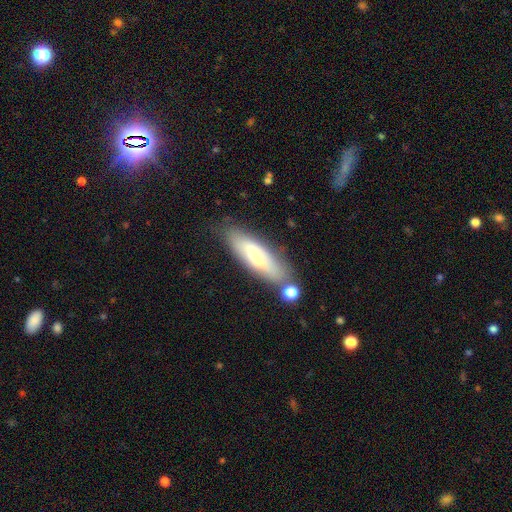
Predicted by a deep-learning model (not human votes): Smooth or featured? Predicted: smooth (p=0.58). How rounded? Predicted: cigar-shaped (p=0.60). Merging? Predicted: none (p=0.70).